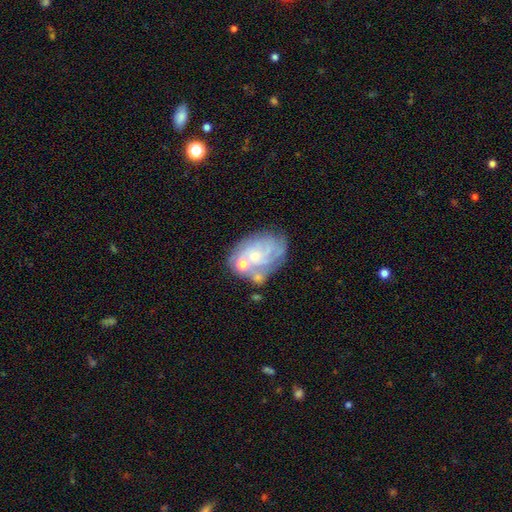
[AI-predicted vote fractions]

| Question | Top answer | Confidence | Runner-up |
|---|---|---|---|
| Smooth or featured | featured or disk | 66% | smooth (25%) |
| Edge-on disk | no | 97% | yes (3%) |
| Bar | no | 81% | weak (16%) |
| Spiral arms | yes | 66% | no (34%) |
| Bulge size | small | 59% | moderate (26%) |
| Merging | none | 43% | minor disturbance (23%) |